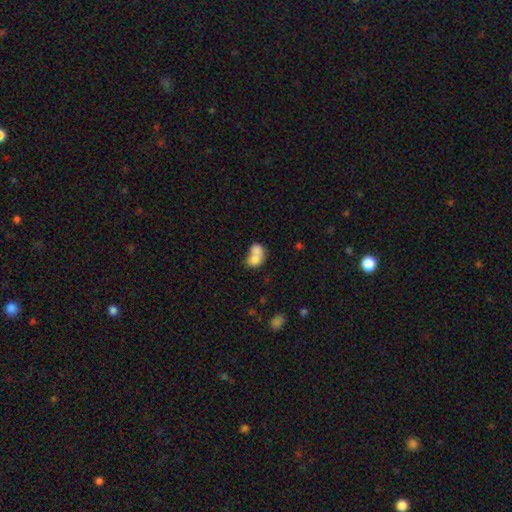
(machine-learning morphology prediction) Smooth or featured? Predicted: smooth (p=0.74). How rounded? Predicted: in between (p=0.60). Merging? Predicted: merger (p=0.72).